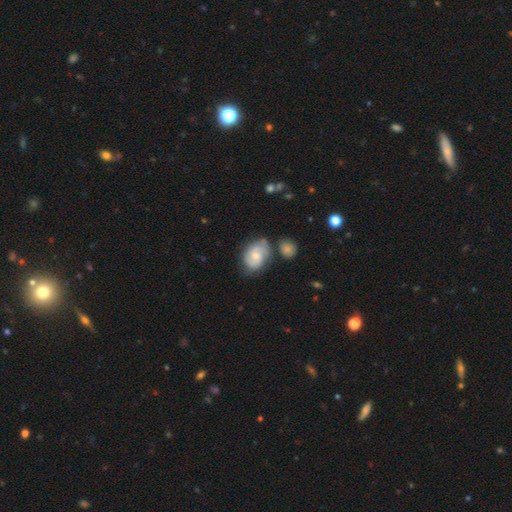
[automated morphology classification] smooth-or-featured: featured or disk: 60% | smooth: 34% | star or artifact: 7%
  disk-edge-on: no: 96% | yes: 4%
    bar: no: 67% | weak: 29% | strong: 4%
    has-spiral-arms: yes: 85% | no: 15%
    bulge-size: moderate: 48% | small: 47% | large: 2% | none: 2% | dominant: 1%
  merging: none: 55% | minor disturbance: 24% | merger: 13% | major disturbance: 8%